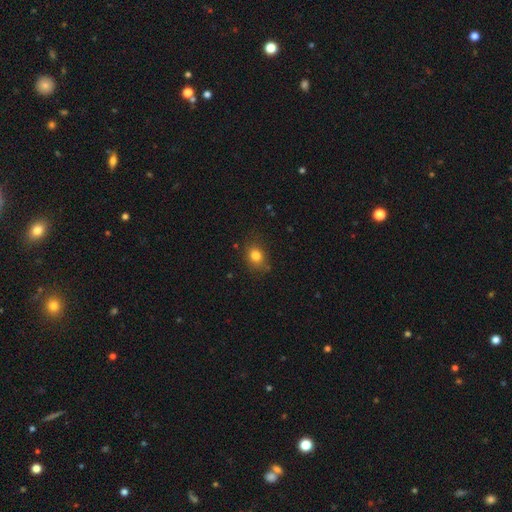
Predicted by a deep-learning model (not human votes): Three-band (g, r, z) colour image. It shows a smooth galaxy with no disk features (80%) that is round (51%). Merging: none (78%).